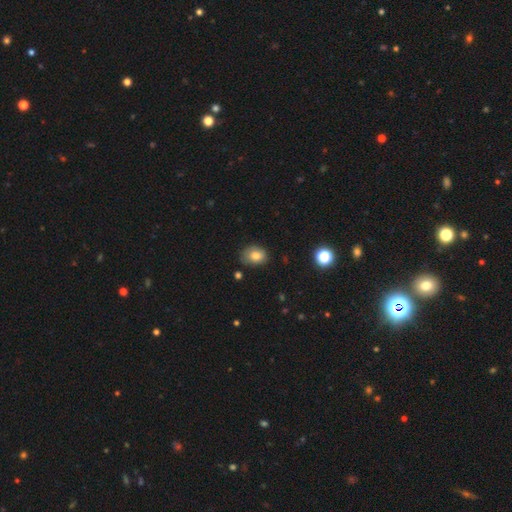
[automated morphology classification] Overall: smooth (81%). How rounded: in between (56%; round 43%). Merging: none (69%).